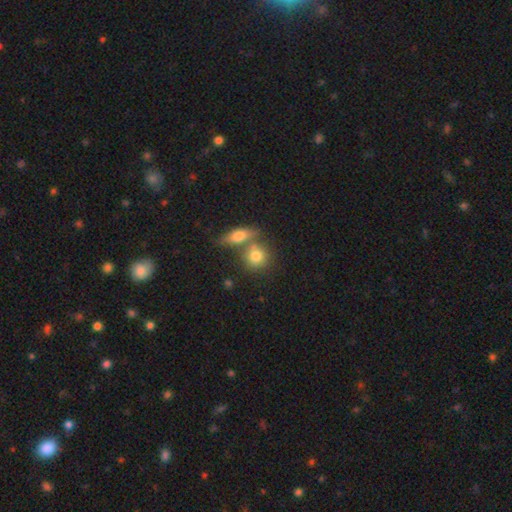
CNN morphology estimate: The model was most divided on "merging": none: 49%, merger: 38%, minor disturbance: 9%, major disturbance: 4%. More confident: smooth or featured — smooth (78%); how rounded — round (72%).